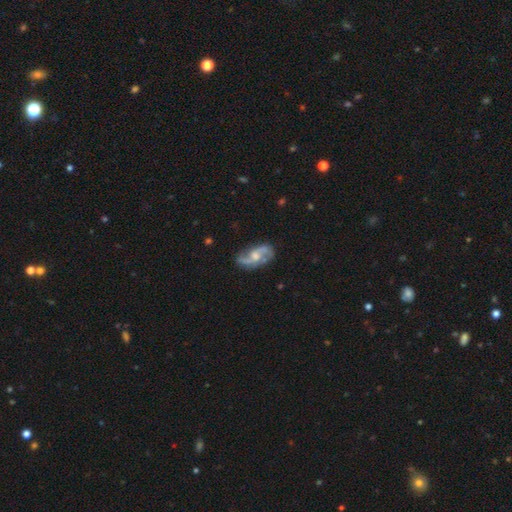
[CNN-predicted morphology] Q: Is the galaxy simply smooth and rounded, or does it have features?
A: featured or disk — 82%.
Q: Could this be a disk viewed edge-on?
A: no — 96%.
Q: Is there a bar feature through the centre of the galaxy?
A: no — 46%.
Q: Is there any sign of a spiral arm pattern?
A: yes — 93%.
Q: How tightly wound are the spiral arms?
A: loose — 55%.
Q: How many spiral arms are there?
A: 2 — 88%.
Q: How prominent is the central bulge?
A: moderate — 52%.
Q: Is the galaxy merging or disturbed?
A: none — 70%.